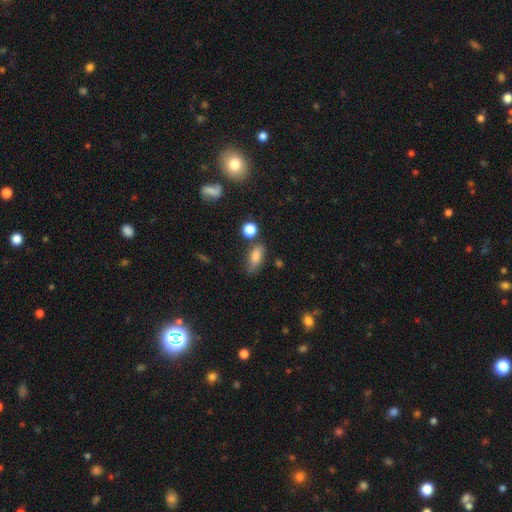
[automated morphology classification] Smooth or featured? smooth (76%)
How rounded? in between (77%)
Merging? none (58%)